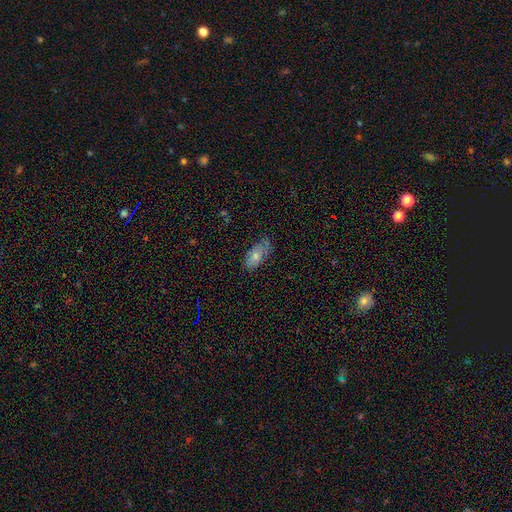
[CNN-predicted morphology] Overall: smooth (74%). How rounded: in between (90%). Merging: none (61%; minor disturbance 30%).